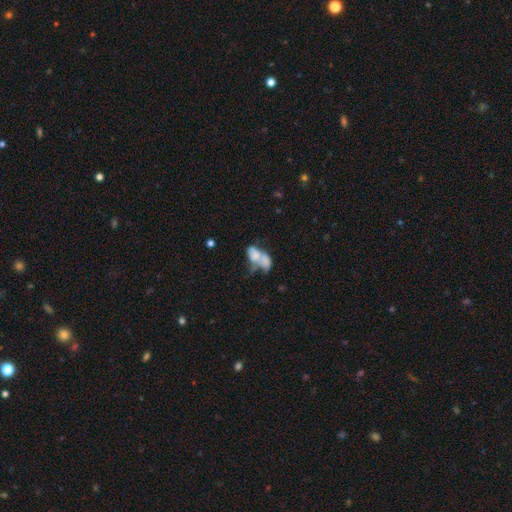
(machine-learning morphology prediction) This appears to be a smooth galaxy with no disk features (60%) that is in between round and cigar-shaped (87%). Merging: merger (67%).